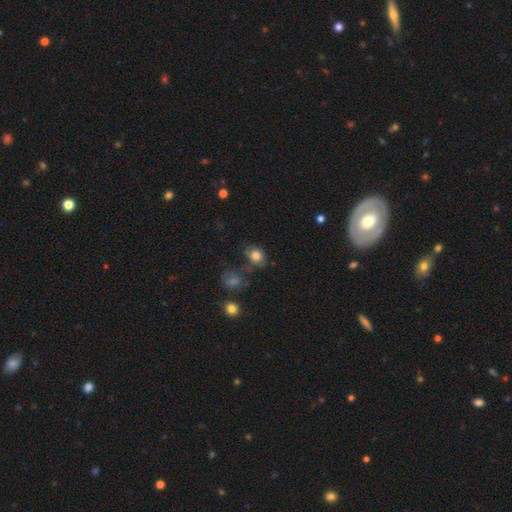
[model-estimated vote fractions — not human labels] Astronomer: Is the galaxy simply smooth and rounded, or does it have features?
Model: smooth — 79%.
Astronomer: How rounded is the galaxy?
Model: round — 60% (runner-up: in between, 39%).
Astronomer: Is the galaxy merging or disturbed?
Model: none — 54%.